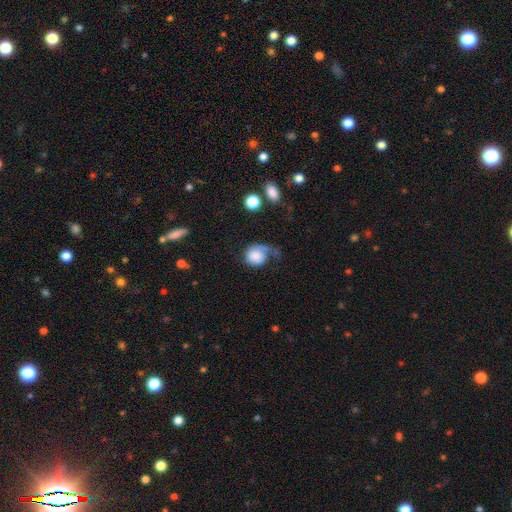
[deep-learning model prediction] smooth-or-featured: smooth: 63% | featured or disk: 29% | star or artifact: 8%
  how-rounded: round: 64% | in between: 35% | cigar-shaped: 1%
  merging: major disturbance: 47% | none: 26% | minor disturbance: 21% | merger: 6%